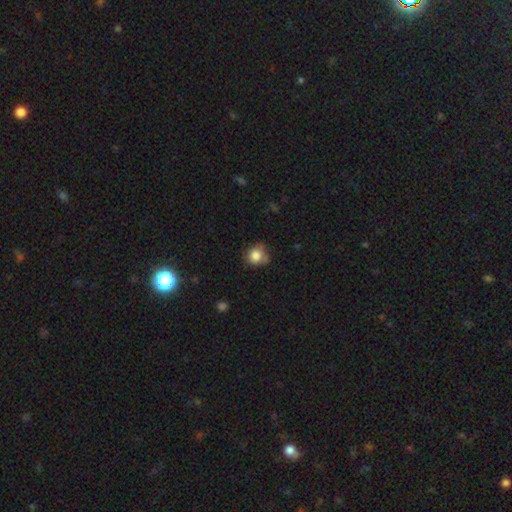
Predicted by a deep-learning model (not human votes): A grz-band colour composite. It shows a smooth galaxy with no disk features (80%) that is round (80%). Merging: none (59%).